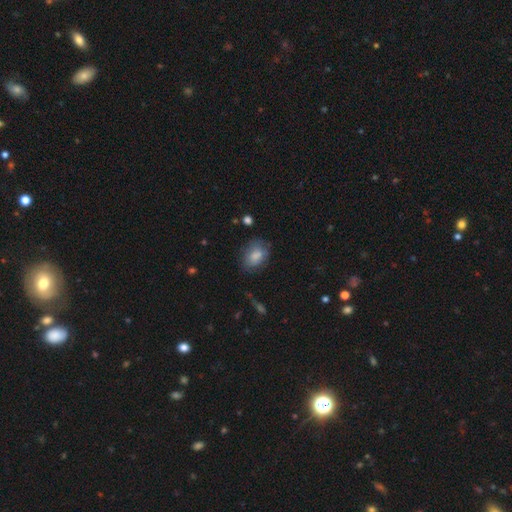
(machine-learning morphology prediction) Smooth or featured: smooth — 79% (featured or disk — 14%)
How rounded: in between — 79% (round — 20%)
Merging: none — 65% (minor disturbance — 25%)